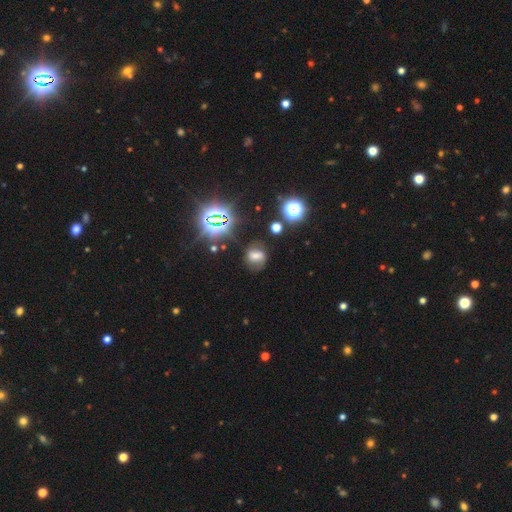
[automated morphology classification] type=smooth (41%); merging=none (67%).